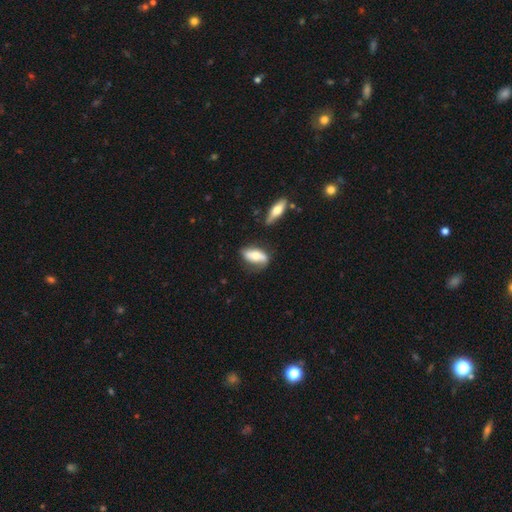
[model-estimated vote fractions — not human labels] Smooth or featured?
  - smooth: 52% *
  - featured or disk: 42%
  - star or artifact: 7%
How rounded?
  - in between: 83% *
  - cigar-shaped: 13%
  - round: 4%
Merging?
  - none: 57% *
  - minor disturbance: 28%
  - major disturbance: 9%
  - merger: 6%